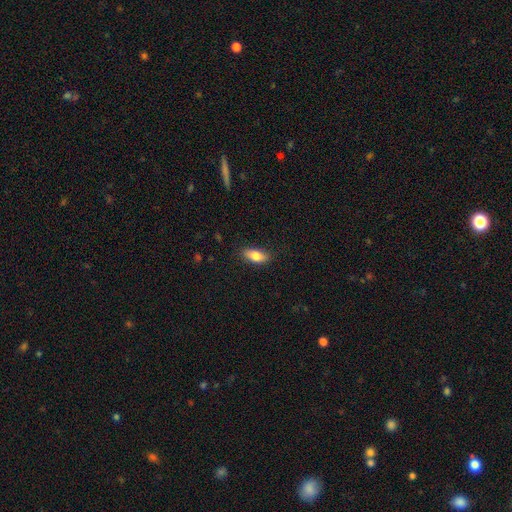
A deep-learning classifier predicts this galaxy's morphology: This is likely a smooth galaxy (79%). How rounded: clearly in between (83%). Merging: clearly none (85%).